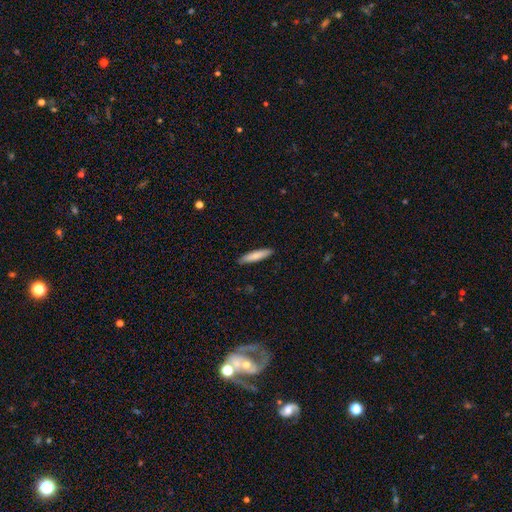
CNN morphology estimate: Q: Smooth or featured?
A: smooth (81%); runner-up: featured or disk (13%)
Q: How rounded?
A: cigar-shaped (87%); runner-up: in between (12%)
Q: Merging?
A: none (90%); runner-up: minor disturbance (7%)